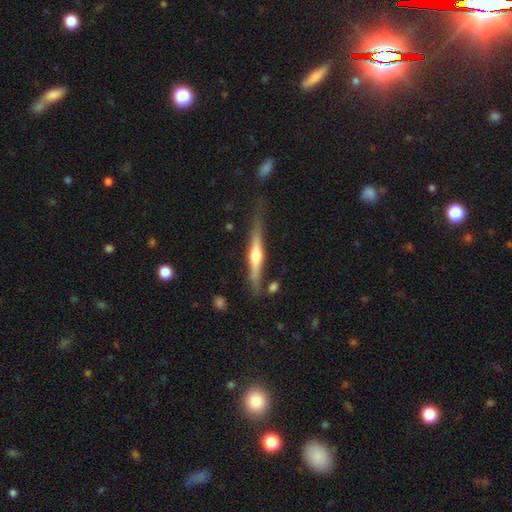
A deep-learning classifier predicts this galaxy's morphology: Smooth or featured? Predicted: featured or disk (p=0.64). Edge-on disk? Predicted: yes (p=0.96). Edge-on bulge? Predicted: rounded (p=0.89). Merging? Predicted: none (p=0.71).